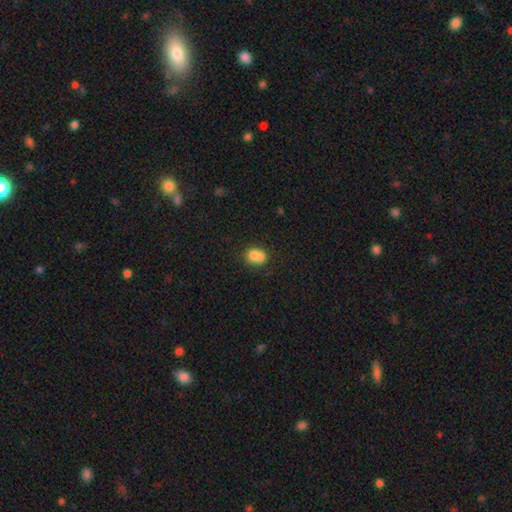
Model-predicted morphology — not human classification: Q: Smooth or featured?
A: smooth (77%); runner-up: featured or disk (13%)
Q: How rounded?
A: in between (51%); runner-up: round (48%)
Q: Merging?
A: merger (41%); runner-up: none (39%)